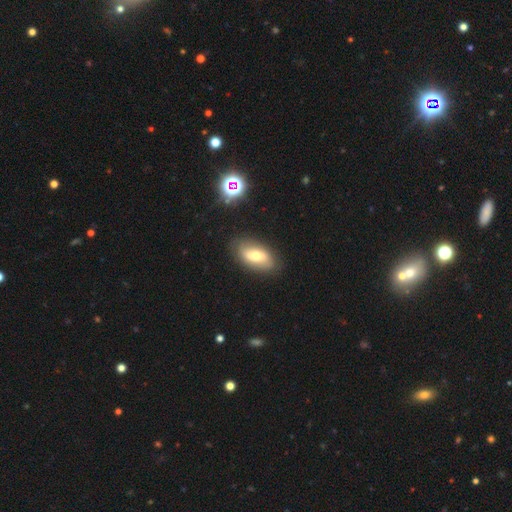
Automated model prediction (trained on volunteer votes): This appears to be a smooth galaxy with no disk features (54%) that is in between round and cigar-shaped (89%). Merging: none (83%).